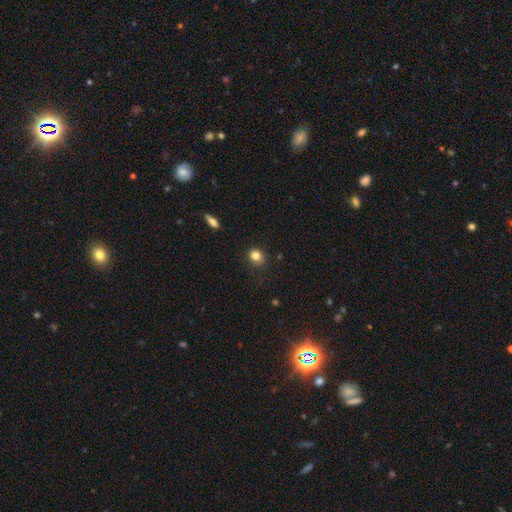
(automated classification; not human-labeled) Q: Smooth or featured?
A: smooth (83%); runner-up: star or artifact (11%)
Q: How rounded?
A: round (77%); runner-up: in between (22%)
Q: Merging?
A: none (85%); runner-up: minor disturbance (11%)